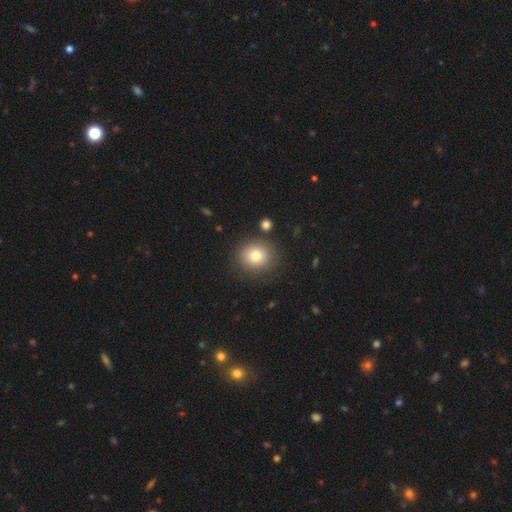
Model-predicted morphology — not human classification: A smooth galaxy with no disk features (78%) that is round (80%).

Vote fractions:
- Smooth or featured? smooth: 78% / featured or disk: 11% / star or artifact: 11%
- How rounded? round: 80% / in between: 19% / cigar-shaped: 1%
- Merging? none: 82% / minor disturbance: 10% / merger: 4% / major disturbance: 4%